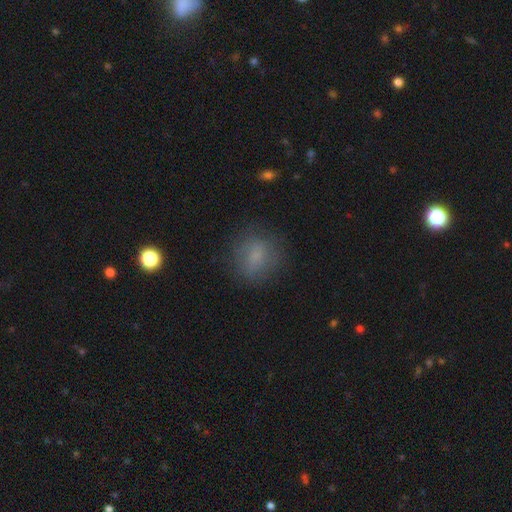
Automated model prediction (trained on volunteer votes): Smooth or featured? Predicted: smooth (p=0.73). How rounded? Predicted: round (p=0.71). Merging? Predicted: none (p=0.76).